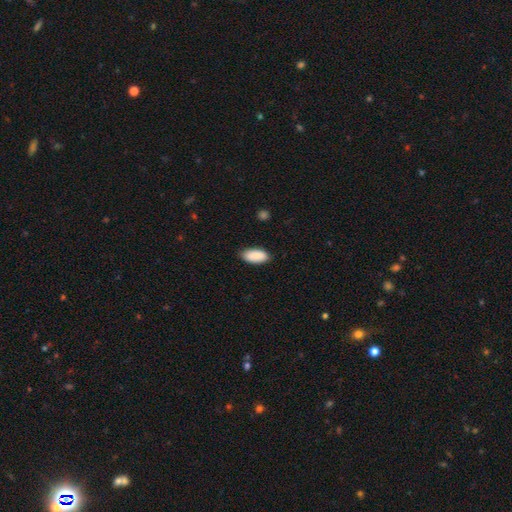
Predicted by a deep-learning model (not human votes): The model was most divided on "merging": none: 86%, minor disturbance: 11%, major disturbance: 2%, merger: 1%. More confident: how rounded — in between (93%); smooth or featured — smooth (90%).